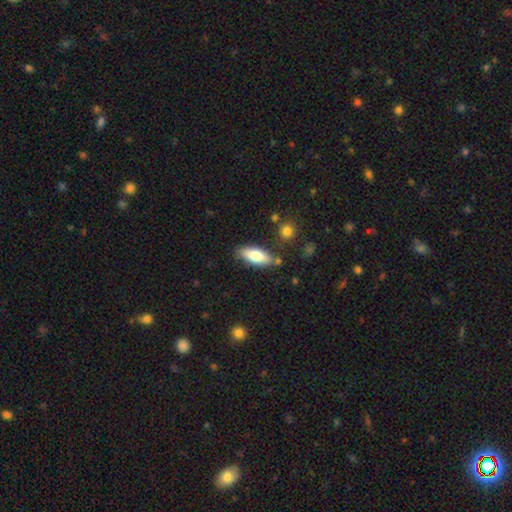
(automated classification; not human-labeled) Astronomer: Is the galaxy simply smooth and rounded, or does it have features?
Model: smooth — 76%.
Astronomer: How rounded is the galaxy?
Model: in between — 71%.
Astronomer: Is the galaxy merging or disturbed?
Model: none — 78%.